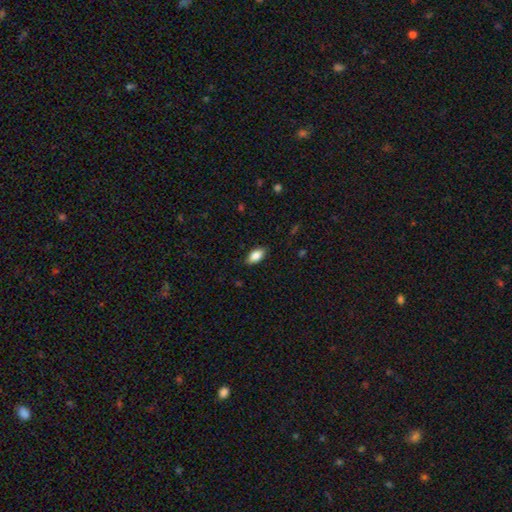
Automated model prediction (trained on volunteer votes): The model was most divided on "merging": none: 86%, minor disturbance: 11%, major disturbance: 2%, merger: 1%. More confident: how rounded — in between (91%); smooth or featured — smooth (84%).